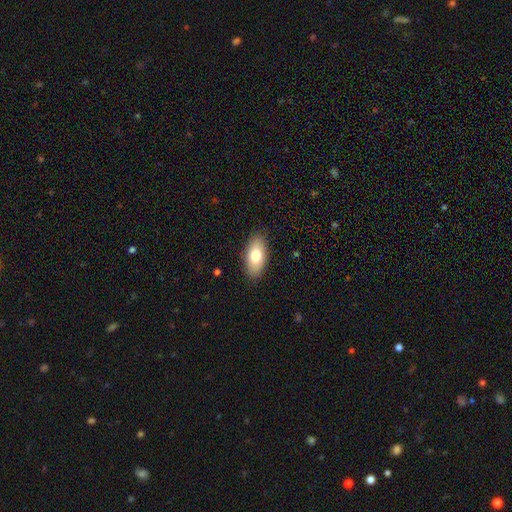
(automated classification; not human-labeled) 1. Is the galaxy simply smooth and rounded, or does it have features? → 76% smooth, 17% featured or disk, 7% star or artifact.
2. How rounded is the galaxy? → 90% in between, 6% cigar-shaped, 3% round.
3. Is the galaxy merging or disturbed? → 88% none, 9% minor disturbance, 2% major disturbance, 1% merger.